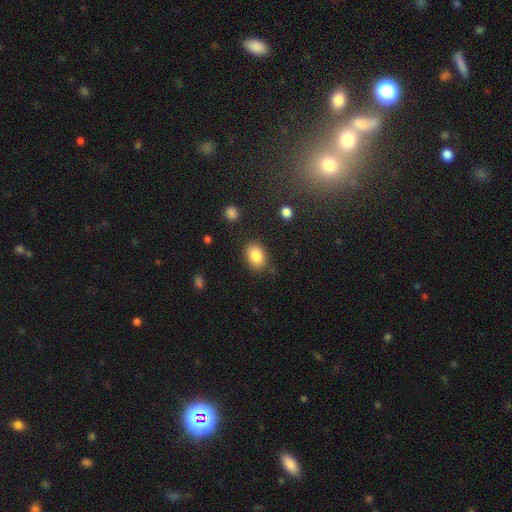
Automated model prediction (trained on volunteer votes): A smooth galaxy with no disk features (85%) that is in between round and cigar-shaped (75%). Merging: none (82%).